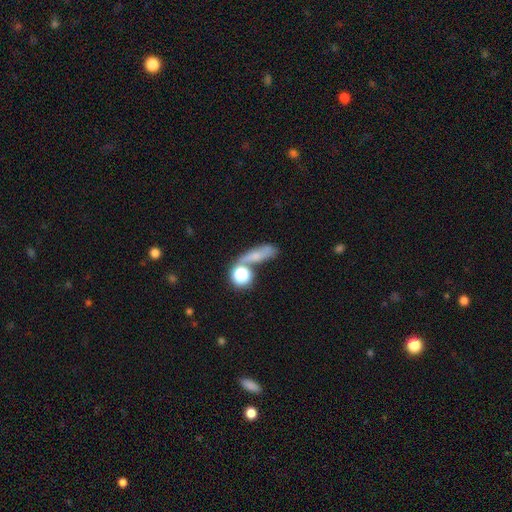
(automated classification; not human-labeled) Smooth or featured?
  - smooth: 59% *
  - featured or disk: 23%
  - star or artifact: 18%
How rounded?
  - in between: 40% *
  - cigar-shaped: 33%
  - round: 27%
Merging?
  - none: 43% *
  - merger: 25%
  - minor disturbance: 18%
  - major disturbance: 14%